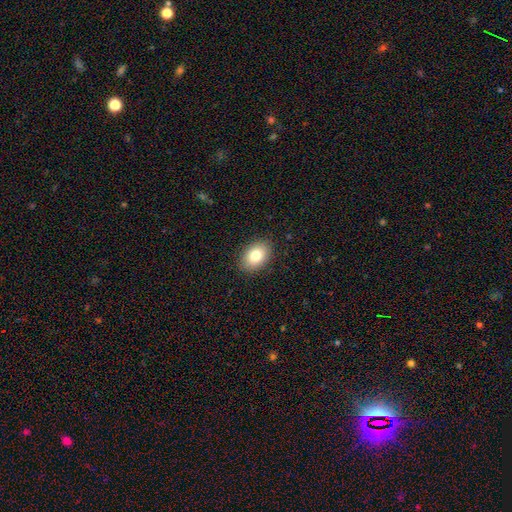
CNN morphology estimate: Overall: smooth (81%). How rounded: in between (83%). Merging: none (88%).